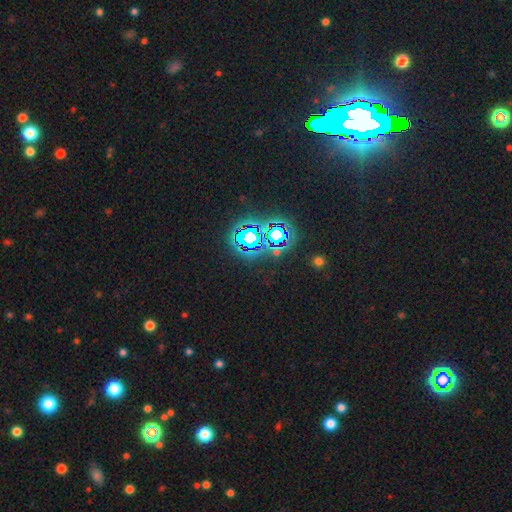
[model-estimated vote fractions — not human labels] A star or artifact, not a galaxy (83%).

Vote fractions:
- Smooth or featured? star or artifact: 83% / smooth: 9% / featured or disk: 7%